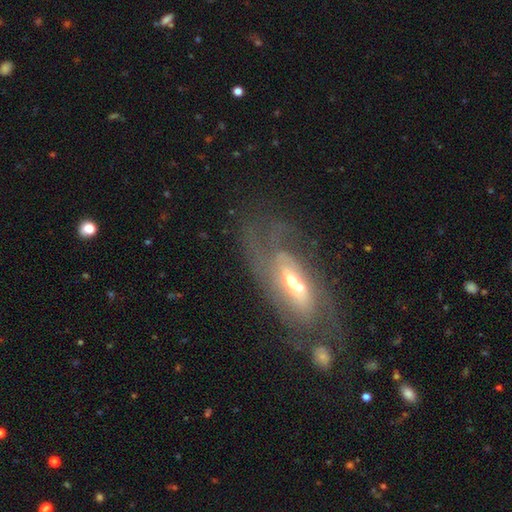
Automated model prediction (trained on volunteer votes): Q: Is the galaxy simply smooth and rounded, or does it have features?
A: featured or disk — 78%.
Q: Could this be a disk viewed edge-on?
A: no — 85%.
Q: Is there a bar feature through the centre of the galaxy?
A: weak — 43%.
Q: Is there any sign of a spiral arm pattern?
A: yes — 84%.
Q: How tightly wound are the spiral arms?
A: tight — 51%.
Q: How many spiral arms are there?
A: can't tell — 44%.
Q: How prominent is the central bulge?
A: moderate — 59%.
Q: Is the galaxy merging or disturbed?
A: none — 69%.